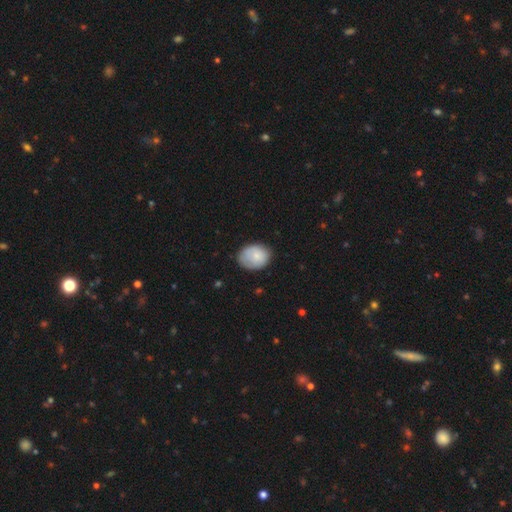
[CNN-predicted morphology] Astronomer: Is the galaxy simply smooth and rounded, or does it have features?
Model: smooth — 78%.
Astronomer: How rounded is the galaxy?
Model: in between — 58% (runner-up: round, 41%).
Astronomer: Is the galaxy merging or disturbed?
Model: none — 72%.